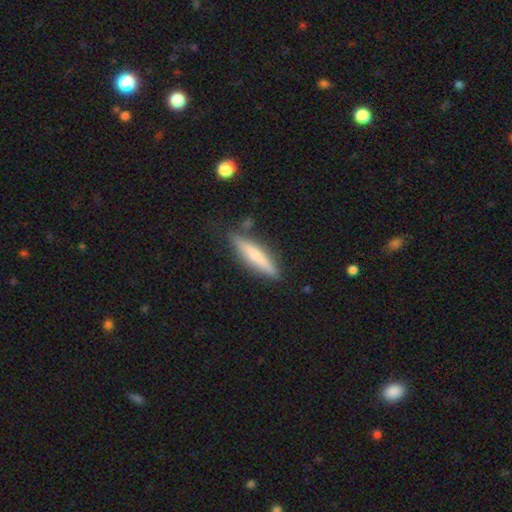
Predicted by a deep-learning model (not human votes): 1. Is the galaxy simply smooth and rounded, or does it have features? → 52% smooth, 42% featured or disk, 6% star or artifact.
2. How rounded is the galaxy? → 85% cigar-shaped, 13% in between, 2% round.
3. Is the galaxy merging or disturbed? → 81% none, 13% minor disturbance, 3% merger, 3% major disturbance.